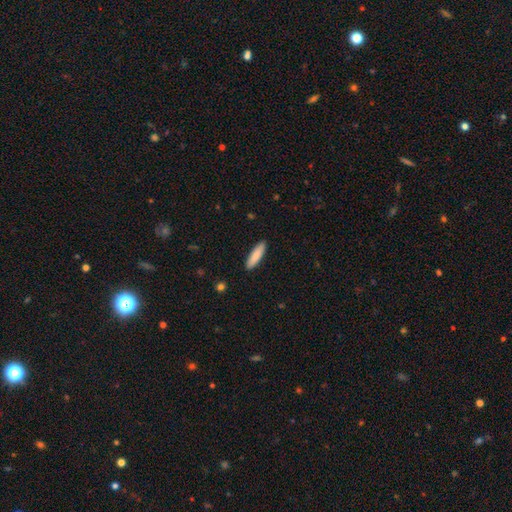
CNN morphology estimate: smooth_or_featured: smooth (p=0.86) [alt: featured or disk p=0.09]
how_rounded: cigar-shaped (p=0.70) [alt: in between p=0.28]
merging: none (p=0.91) [alt: minor disturbance p=0.07]